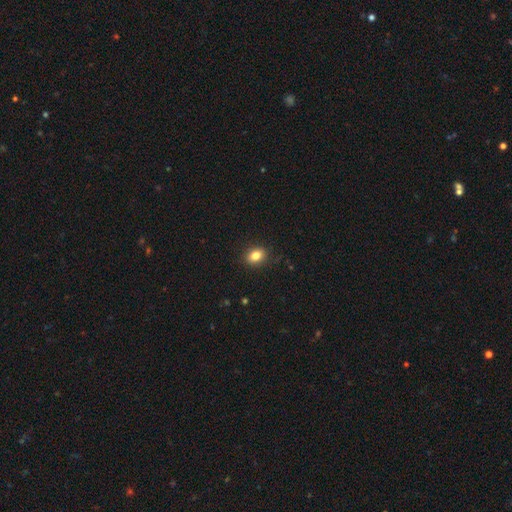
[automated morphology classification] type=smooth (82%); roundness=in between (65%); merging=none (88%).